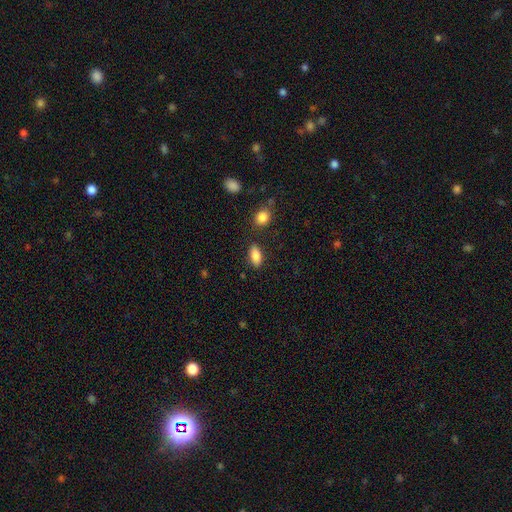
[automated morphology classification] The model was most divided on "merging": none: 84%, minor disturbance: 10%, merger: 3%, major disturbance: 3%. More confident: how rounded — in between (87%); smooth or featured — smooth (85%).